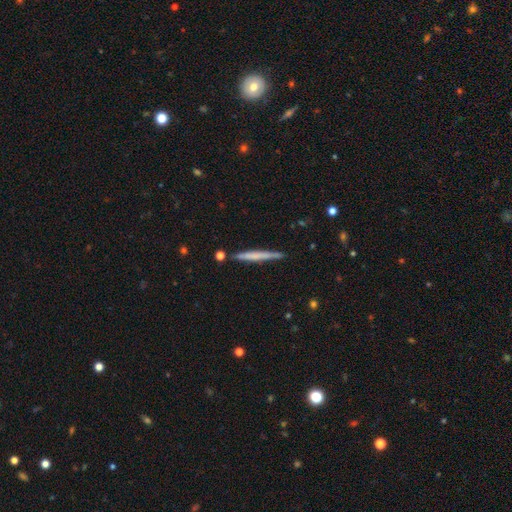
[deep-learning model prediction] A smooth galaxy with no disk features (51%) that is cigar-shaped (97%).

Vote fractions:
- Smooth or featured? smooth: 51% / featured or disk: 43% / star or artifact: 6%
- How rounded? cigar-shaped: 97% / in between: 2% / round: 1%
- Merging? none: 85% / minor disturbance: 10% / merger: 3% / major disturbance: 2%